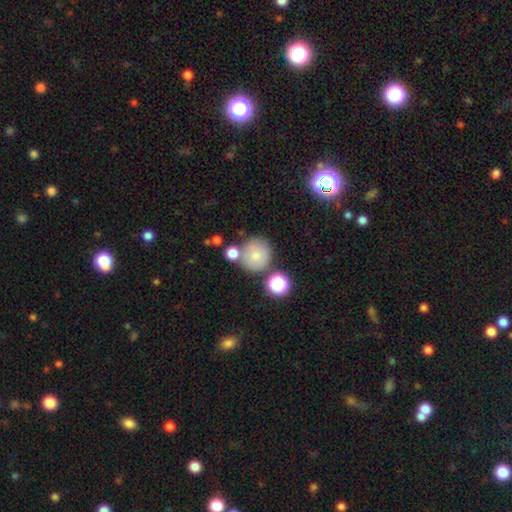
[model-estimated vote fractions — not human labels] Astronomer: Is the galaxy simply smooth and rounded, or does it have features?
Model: smooth — 75%.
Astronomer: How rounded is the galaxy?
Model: round — 91%.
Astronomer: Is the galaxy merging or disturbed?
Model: none — 66%.